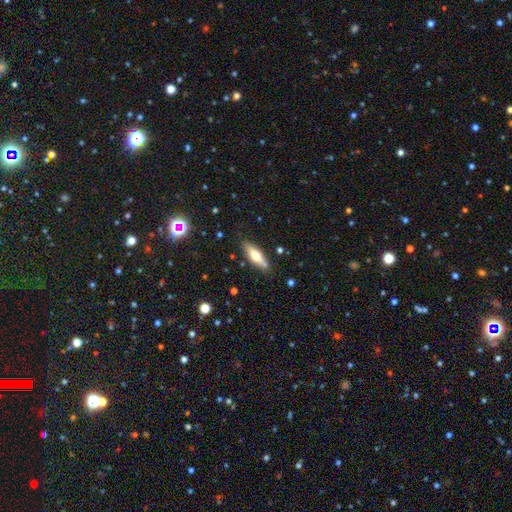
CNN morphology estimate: Overall: smooth (60%; featured or disk 34%). How rounded: in between (54%; cigar-shaped 44%). Merging: none (81%).